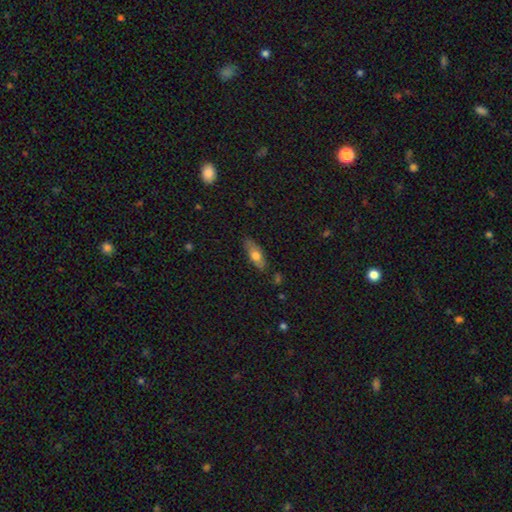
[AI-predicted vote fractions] smooth_or_featured: smooth (p=0.64) [alt: featured or disk p=0.29]
how_rounded: in between (p=0.72) [alt: cigar-shaped p=0.25]
merging: none (p=0.78) [alt: minor disturbance p=0.16]